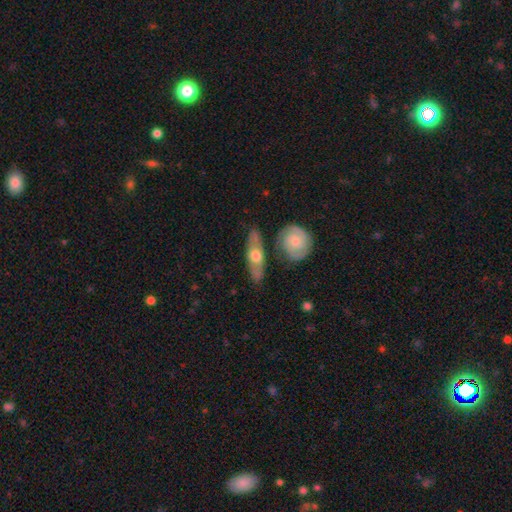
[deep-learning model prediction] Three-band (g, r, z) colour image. It shows a featured or disk galaxy (57%). Merging: none (73%).